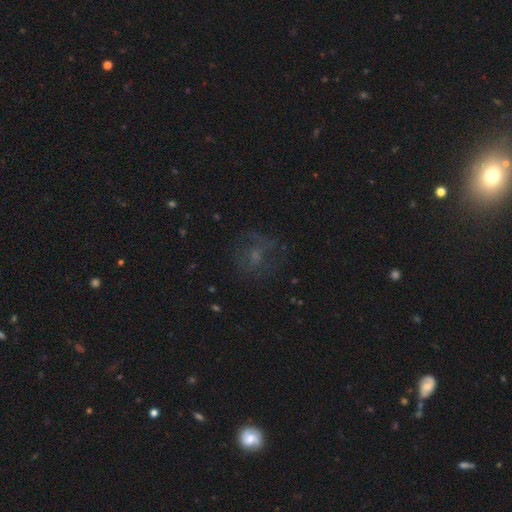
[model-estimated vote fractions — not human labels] smooth_or_featured: featured or disk (p=0.38) [alt: smooth p=0.36]
merging: none (p=0.61) [alt: major disturbance p=0.20]